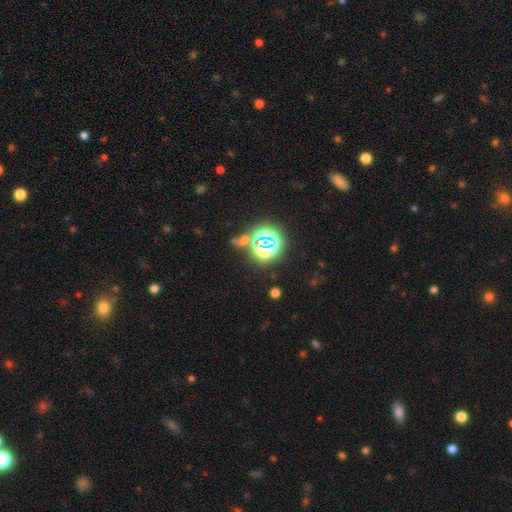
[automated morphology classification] This appears to be a star or artifact, not a galaxy (76%).